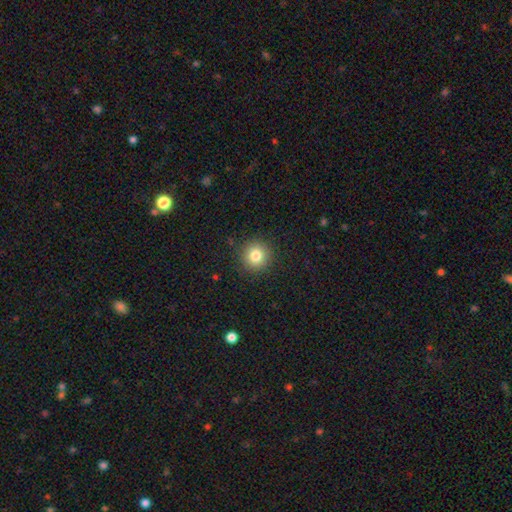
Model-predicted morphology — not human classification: smooth-or-featured: smooth: 81% | star or artifact: 12% | featured or disk: 7%
  how-rounded: round: 94% | in between: 5% | cigar-shaped: 1%
  merging: none: 90% | minor disturbance: 6% | major disturbance: 2% | merger: 1%